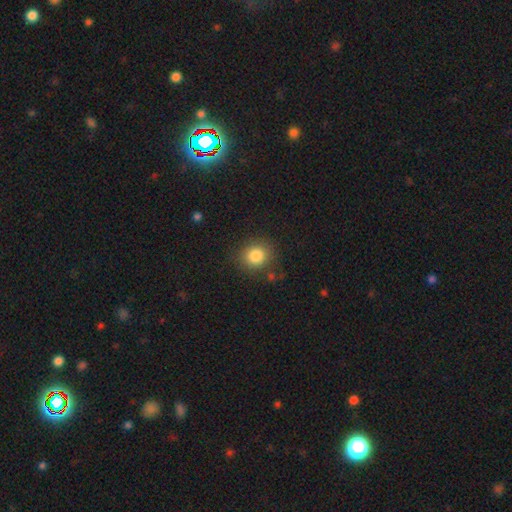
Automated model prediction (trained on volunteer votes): Overall: smooth (84%). How rounded: round (81%). Merging: none (84%).